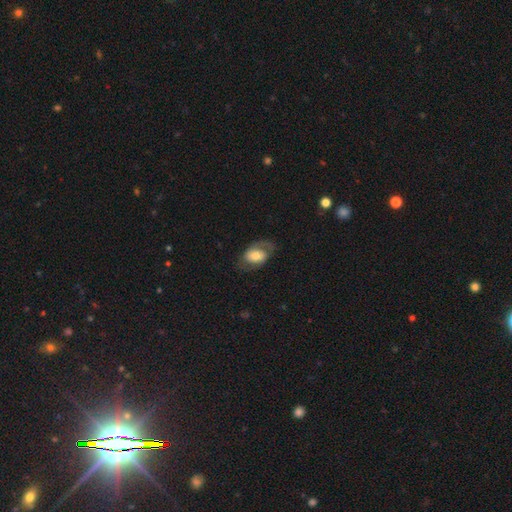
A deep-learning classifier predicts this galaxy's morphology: Overall: featured or disk (48%; smooth 45%). Merging: none (65%).